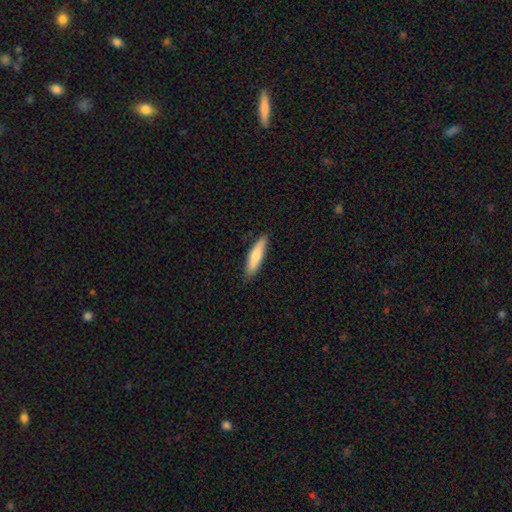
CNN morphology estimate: This is likely a smooth galaxy (75%). How rounded: likely cigar-shaped (77%). Merging: clearly none (87%).